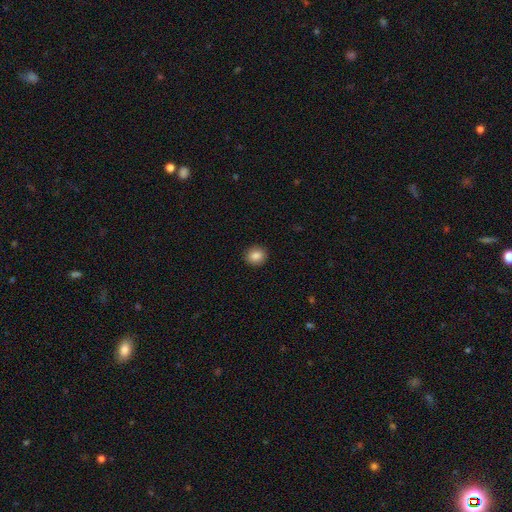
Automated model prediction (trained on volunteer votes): Q: Smooth or featured?
A: smooth (86%); runner-up: star or artifact (9%)
Q: How rounded?
A: round (81%); runner-up: in between (18%)
Q: Merging?
A: none (92%); runner-up: minor disturbance (6%)